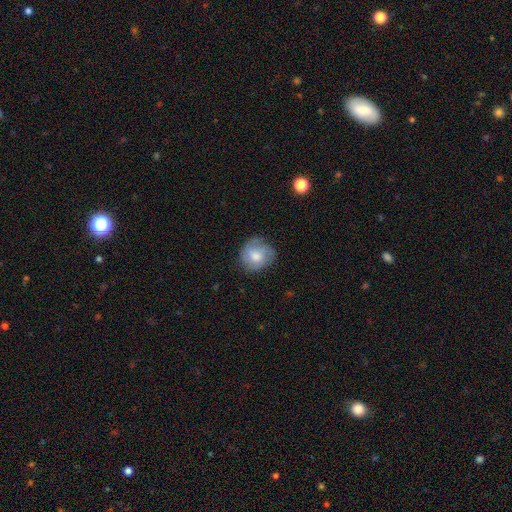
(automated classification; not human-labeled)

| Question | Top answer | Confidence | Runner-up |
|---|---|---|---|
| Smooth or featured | smooth | 59% | featured or disk (33%) |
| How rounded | round | 78% | in between (21%) |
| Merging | none | 65% | minor disturbance (24%) |